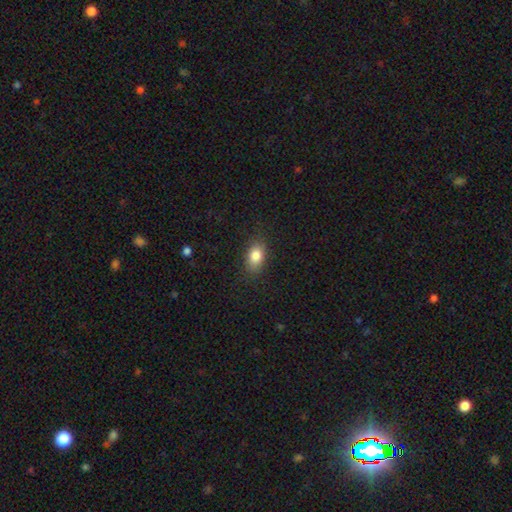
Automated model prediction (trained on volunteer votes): The model was most divided on "merging": none: 83%, minor disturbance: 13%, major disturbance: 4%, merger: 1%. More confident: how rounded — in between (84%); smooth or featured — smooth (84%).